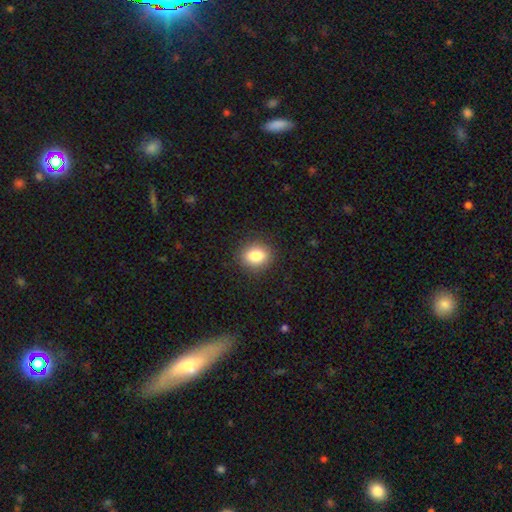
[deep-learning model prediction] smooth 84%, star or artifact 9%, featured or disk 7%. Down the decision tree: how rounded — in between (51%); merging — none (88%).